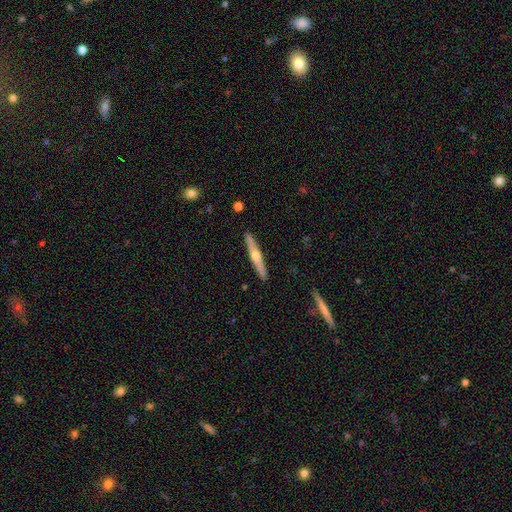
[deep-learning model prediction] A featured or disk galaxy (64%) viewed edge-on (96%) with a rounded central bulge (90%). Merging: none (91%).